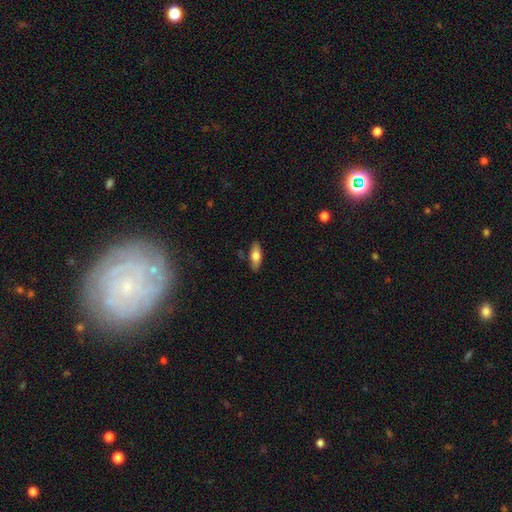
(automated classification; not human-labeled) Overall: smooth (70%). How rounded: in between (68%; cigar-shaped 29%). Merging: none (85%).